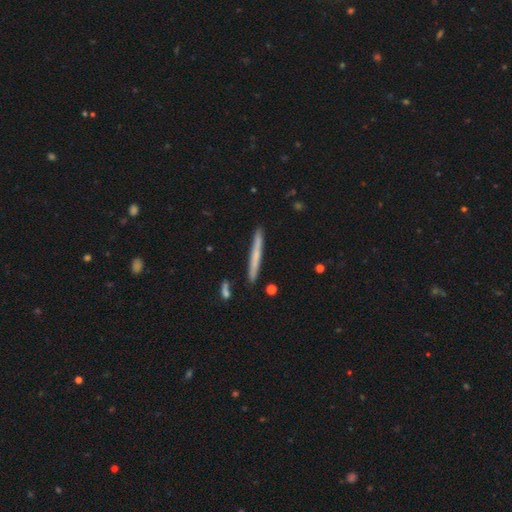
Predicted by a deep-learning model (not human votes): Morphology: type=smooth (56%); roundness=cigar-shaped (97%); merging=none (88%).